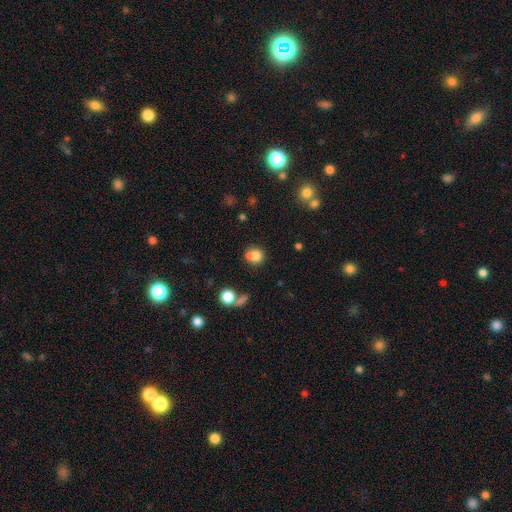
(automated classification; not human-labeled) Smooth or featured: smooth — 77% (star or artifact — 12%)
How rounded: round — 76% (in between — 23%)
Merging: none — 49% (merger — 32%)